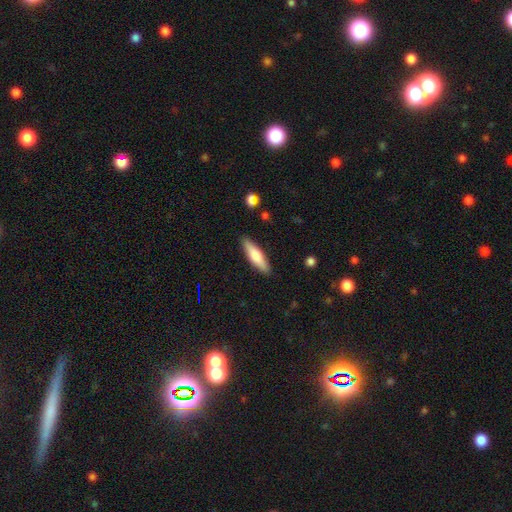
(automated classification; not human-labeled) Q: Smooth or featured?
A: smooth (67%); runner-up: featured or disk (28%)
Q: How rounded?
A: cigar-shaped (68%); runner-up: in between (30%)
Q: Merging?
A: none (89%); runner-up: minor disturbance (8%)